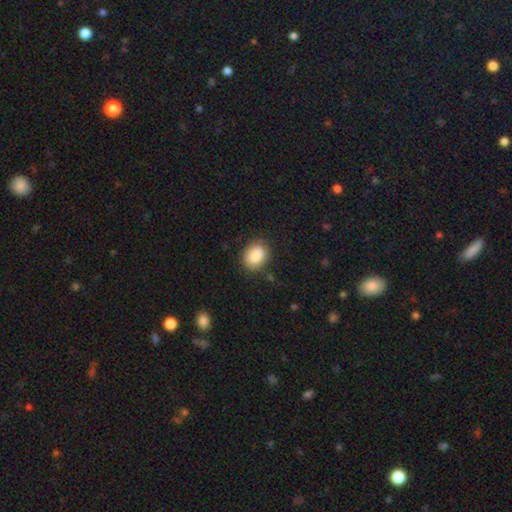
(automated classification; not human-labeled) A smooth galaxy with no disk features (85%) that is in between round and cigar-shaped (54%). Merging: none (79%).